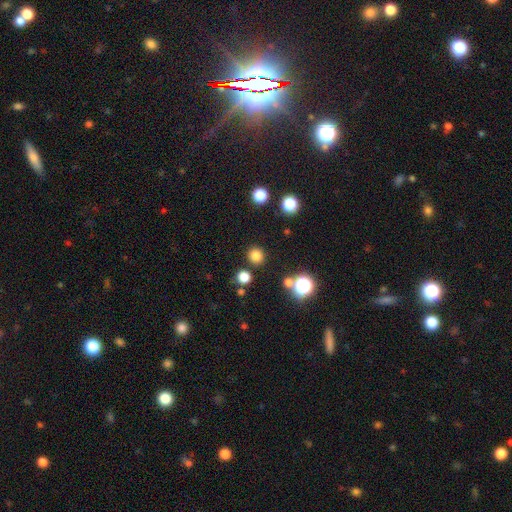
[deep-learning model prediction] smooth-or-featured: smooth: 80% | star or artifact: 16% | featured or disk: 4%
  how-rounded: round: 93% | in between: 7% | cigar-shaped: 1%
  merging: none: 88% | minor disturbance: 6% | merger: 4% | major disturbance: 2%